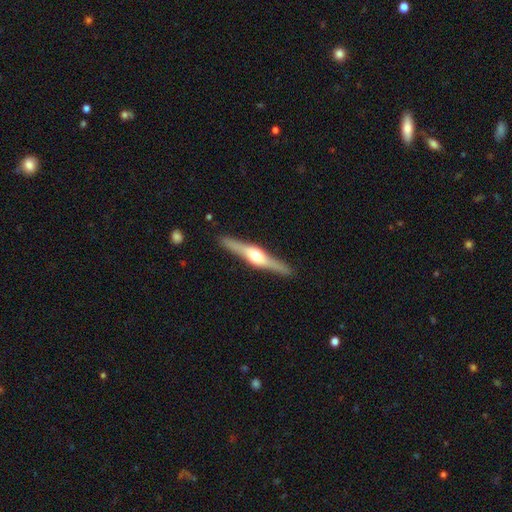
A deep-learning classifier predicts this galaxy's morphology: The model was most divided on "smooth or featured": featured or disk: 77%, smooth: 18%, star or artifact: 5%. More confident: edge-on disk — yes (97%); edge-on bulge — rounded (92%); merging — none (90%).